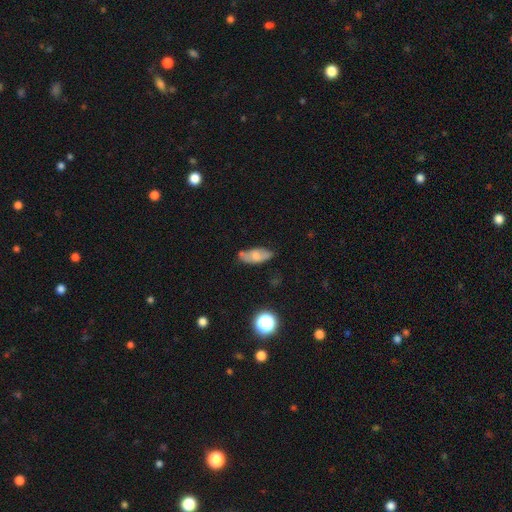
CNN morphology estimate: smooth_or_featured: smooth (p=0.62) [alt: featured or disk p=0.29]
how_rounded: in between (p=0.82) [alt: cigar-shaped p=0.15]
merging: none (p=0.64) [alt: minor disturbance p=0.26]